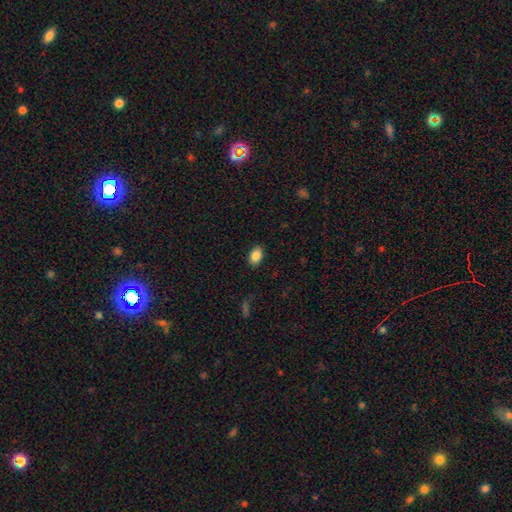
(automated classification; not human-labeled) Smooth or featured?
  - smooth: 87% *
  - star or artifact: 8%
  - featured or disk: 5%
How rounded?
  - in between: 84% *
  - round: 15%
  - cigar-shaped: 1%
Merging?
  - none: 88% *
  - minor disturbance: 9%
  - major disturbance: 2%
  - merger: 1%